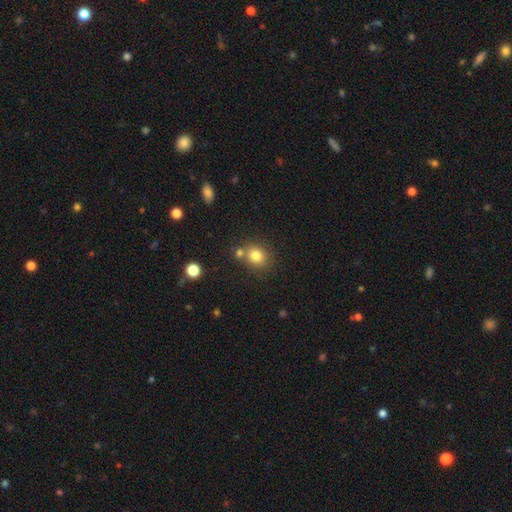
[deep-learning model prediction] Smooth or featured: smooth — 80% (star or artifact — 12%)
How rounded: round — 71% (in between — 28%)
Merging: none — 65% (merger — 21%)